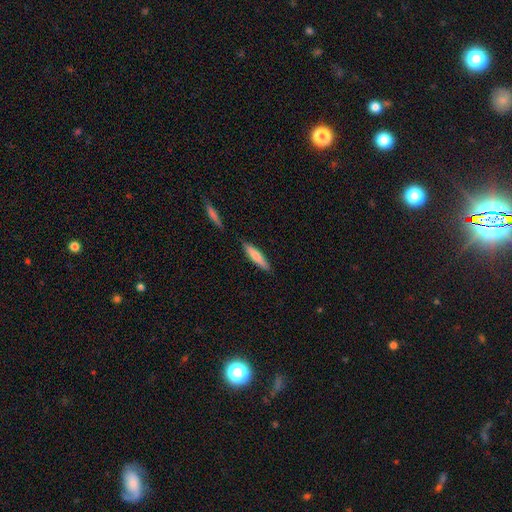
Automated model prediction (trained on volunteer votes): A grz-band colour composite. It shows a smooth galaxy with no disk features (75%) that is cigar-shaped (83%). Merging: none (83%).